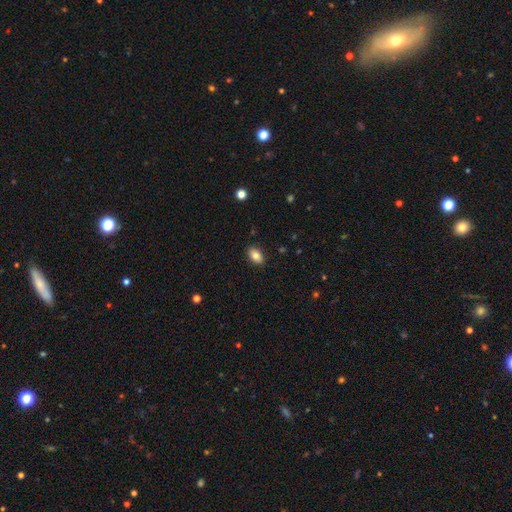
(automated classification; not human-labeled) Q: Smooth or featured?
A: smooth (83%); runner-up: featured or disk (9%)
Q: How rounded?
A: in between (90%); runner-up: round (8%)
Q: Merging?
A: none (89%); runner-up: minor disturbance (9%)